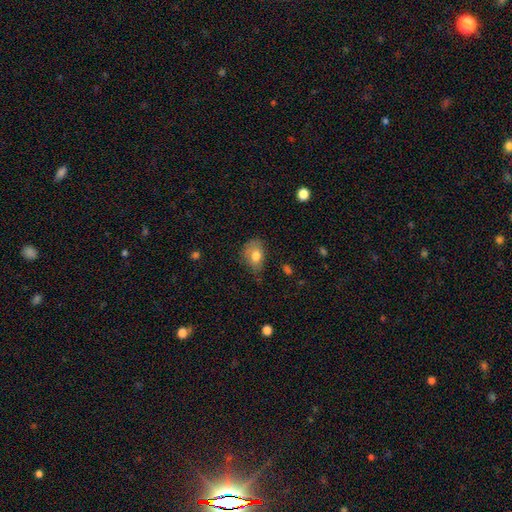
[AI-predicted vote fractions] A smooth galaxy with no disk features (76%) that is in between round and cigar-shaped (75%). Merging: none (49%).